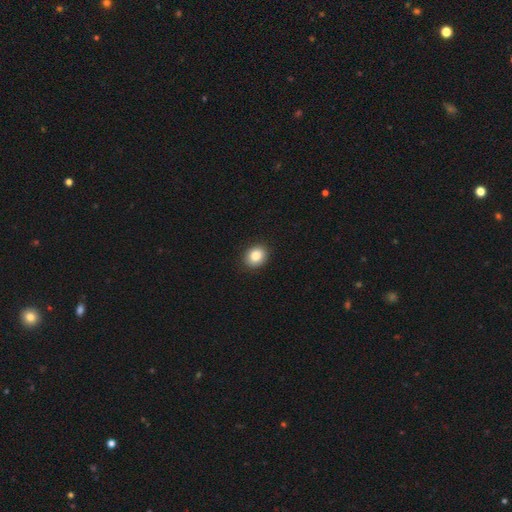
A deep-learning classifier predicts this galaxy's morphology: smooth_or_featured: smooth (p=0.85) [alt: star or artifact p=0.09]
how_rounded: round (p=0.61) [alt: in between p=0.38]
merging: none (p=0.90) [alt: minor disturbance p=0.07]